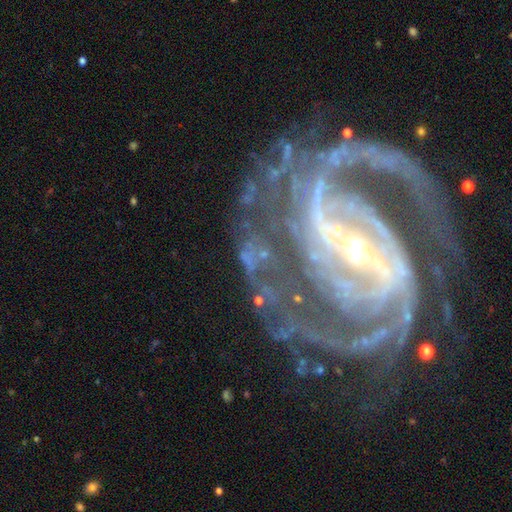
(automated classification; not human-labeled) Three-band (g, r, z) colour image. It shows a featured or disk galaxy (89%) with a strong bar (51%), 2 (38%) tight (47%) spiral arms (96%) and a small central bulge (68%). Merging: none (61%).